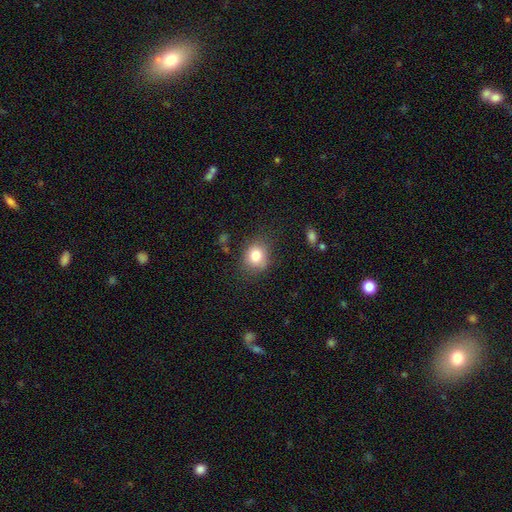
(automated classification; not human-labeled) Smooth or featured? Predicted: smooth (p=0.81). How rounded? Predicted: round (p=0.69). Merging? Predicted: none (p=0.75).